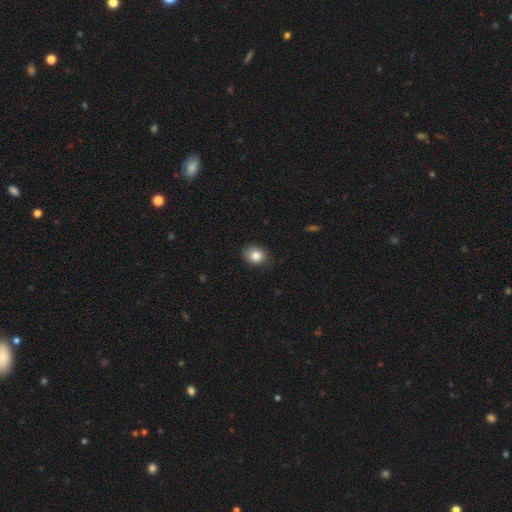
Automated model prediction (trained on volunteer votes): Smooth or featured? Predicted: smooth (p=0.84). How rounded? Predicted: round (p=0.56). Merging? Predicted: none (p=0.80).